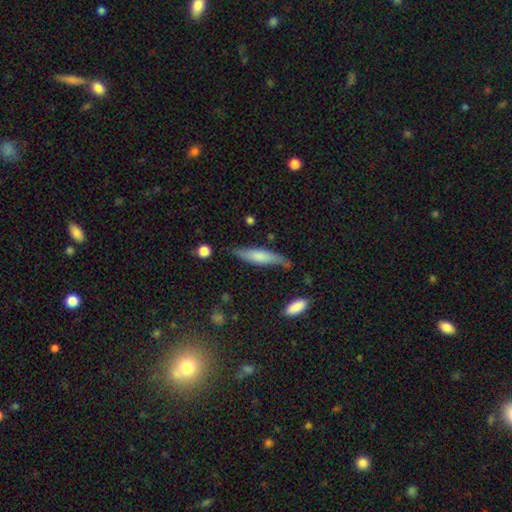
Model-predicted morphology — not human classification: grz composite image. It shows a smooth galaxy with no disk features (56%) that is cigar-shaped (77%). Merging: none (72%).